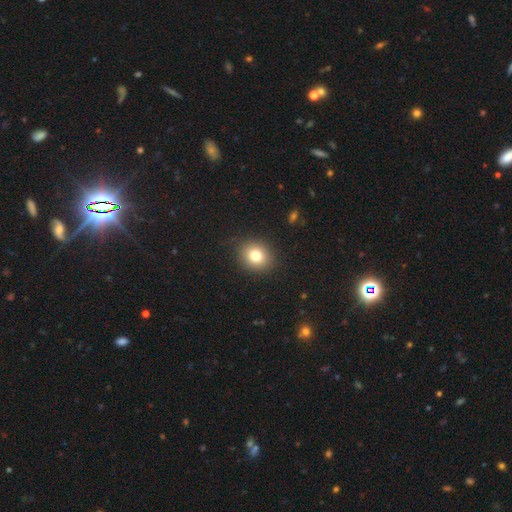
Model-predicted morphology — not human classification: Smooth or featured: smooth — 78% (star or artifact — 12%)
How rounded: round — 68% (in between — 31%)
Merging: none — 88% (minor disturbance — 8%)